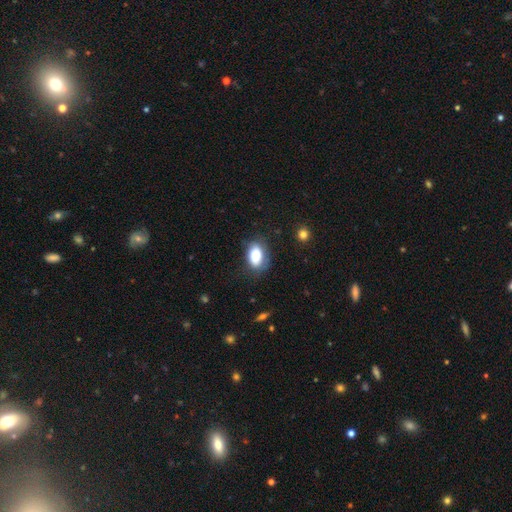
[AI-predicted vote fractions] Q: Smooth or featured?
A: smooth (81%); runner-up: featured or disk (11%)
Q: How rounded?
A: in between (90%); runner-up: round (8%)
Q: Merging?
A: none (72%); runner-up: minor disturbance (20%)